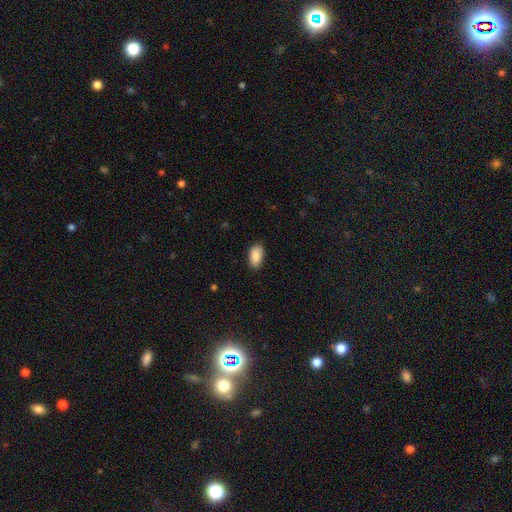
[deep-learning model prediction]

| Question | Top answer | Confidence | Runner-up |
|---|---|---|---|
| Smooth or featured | smooth | 90% | star or artifact (6%) |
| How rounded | in between | 94% | round (3%) |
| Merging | none | 84% | minor disturbance (12%) |